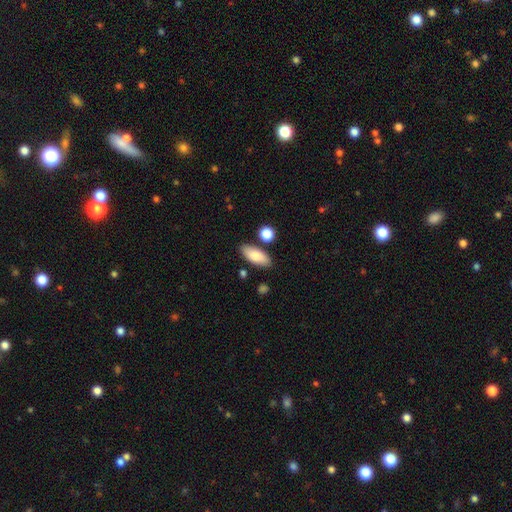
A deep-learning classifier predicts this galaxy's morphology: Smooth or featured? smooth (82%)
How rounded? in between (82%)
Merging? none (82%)